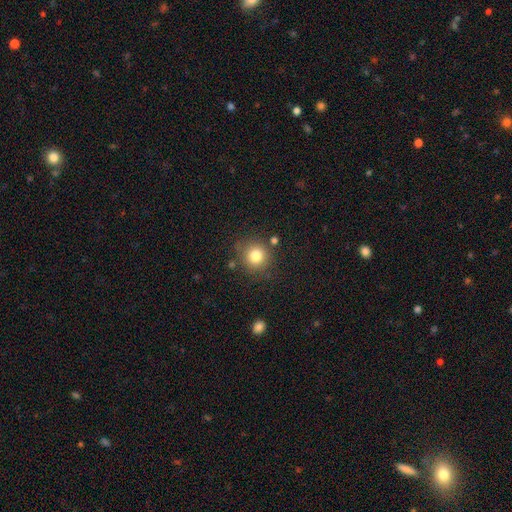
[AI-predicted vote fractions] Smooth or featured? smooth (80%)
How rounded? round (91%)
Merging? none (80%)